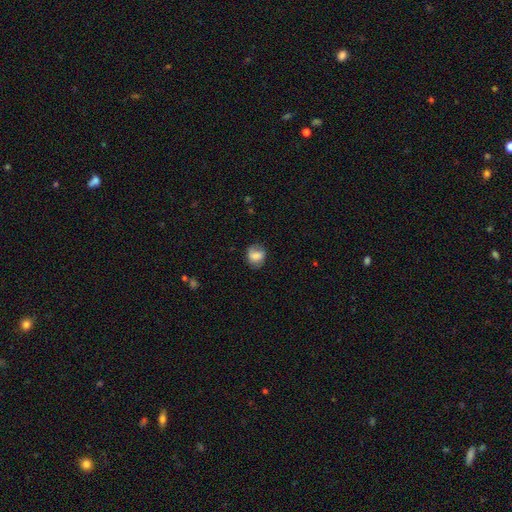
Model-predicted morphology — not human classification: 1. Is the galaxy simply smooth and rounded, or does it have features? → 72% smooth, 20% featured or disk, 9% star or artifact.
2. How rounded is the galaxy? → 59% round, 40% in between, 1% cigar-shaped.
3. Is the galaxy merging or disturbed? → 66% none, 24% minor disturbance, 8% major disturbance, 2% merger.